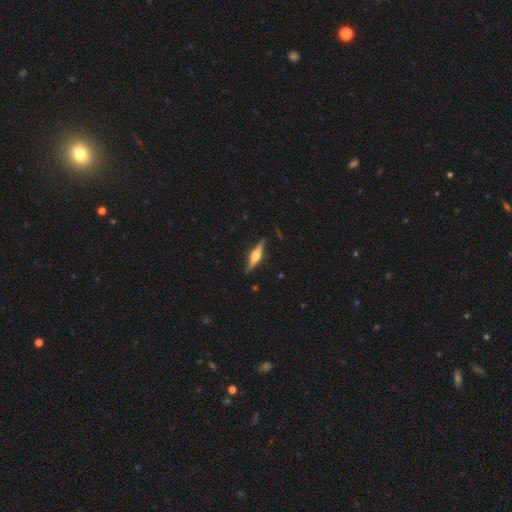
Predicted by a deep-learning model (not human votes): Morphology: type=featured or disk (73%); edge-on=yes (97%); edge-on bulge=rounded (89%); merging=none (85%).